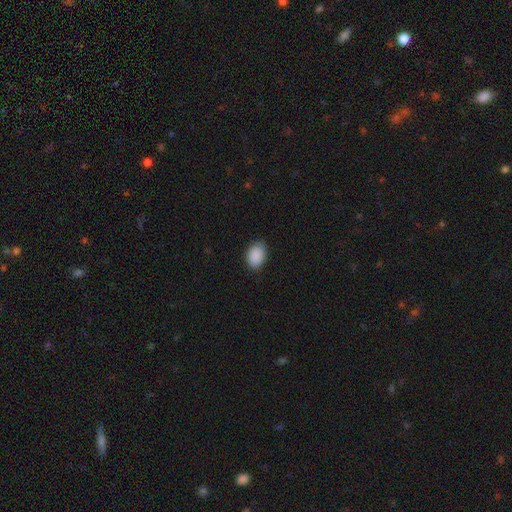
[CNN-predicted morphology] Smooth or featured? Predicted: smooth (p=0.90). How rounded? Predicted: in between (p=0.80). Merging? Predicted: none (p=0.83).